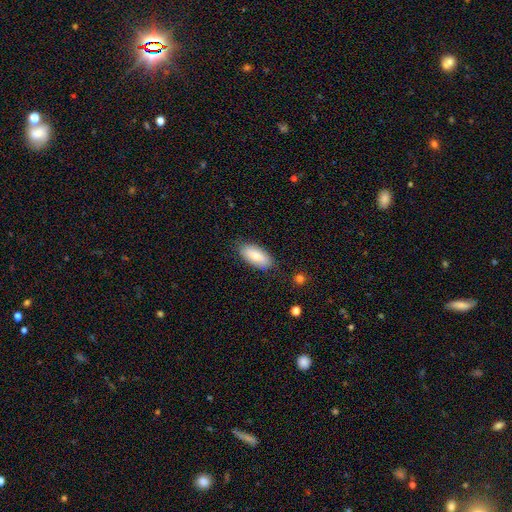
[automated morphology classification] A smooth galaxy with no disk features (79%) that is in between round and cigar-shaped (91%). Merging: none (83%).